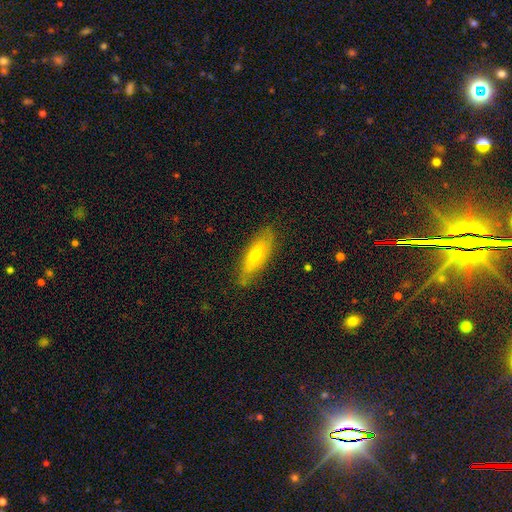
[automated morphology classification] Smooth or featured? smooth (55%)
How rounded? cigar-shaped (57%)
Merging? none (81%)